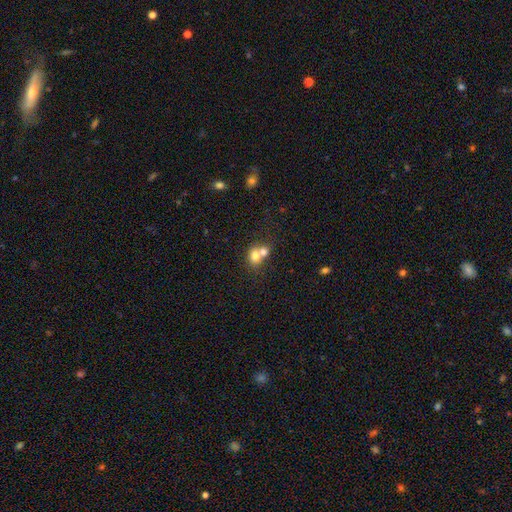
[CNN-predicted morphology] smooth 74%, featured or disk 16%, star or artifact 10%. Down the decision tree: how rounded — round (64%); merging — merger (65%).